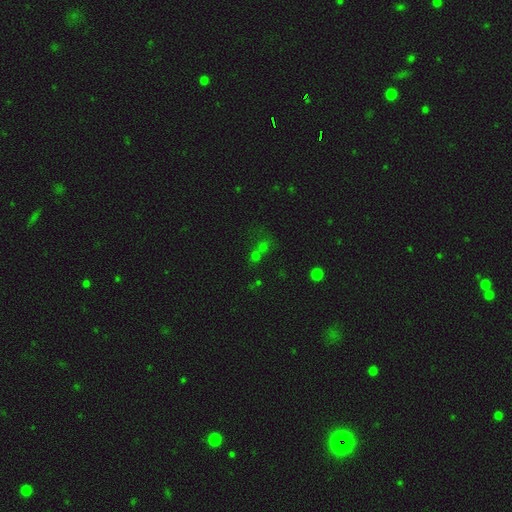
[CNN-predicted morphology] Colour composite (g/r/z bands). It shows a smooth galaxy with no disk features (52%) that is round (76%). Merging: merger (46%).